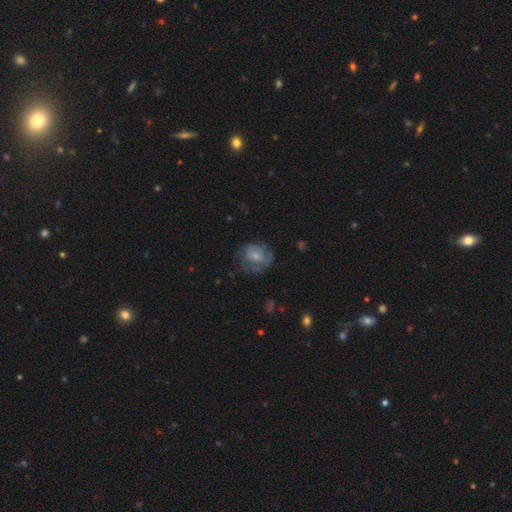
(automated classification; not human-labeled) The model was most divided on "smooth or featured": smooth: 55%, featured or disk: 37%, star or artifact: 9%. More confident: how rounded — round (70%); merging — none (55%).